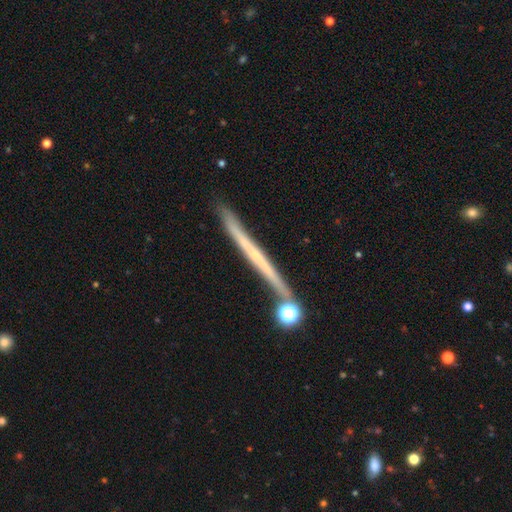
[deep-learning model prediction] This appears to be a featured or disk galaxy (61%) viewed edge-on (96%) with no central bulge (84%). Merging: none (80%).